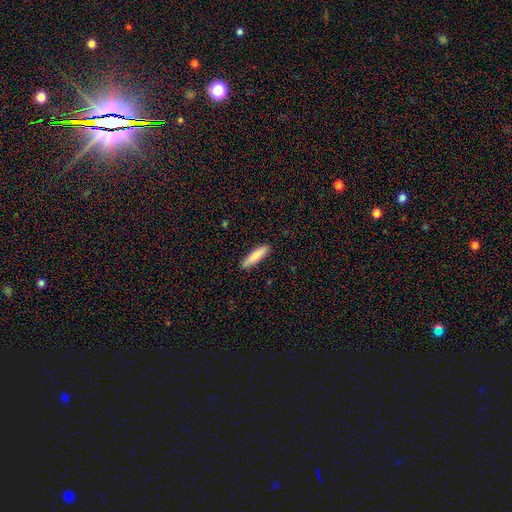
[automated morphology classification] Smooth or featured: smooth — 81% (featured or disk — 13%)
How rounded: cigar-shaped — 74% (in between — 24%)
Merging: none — 89% (minor disturbance — 8%)